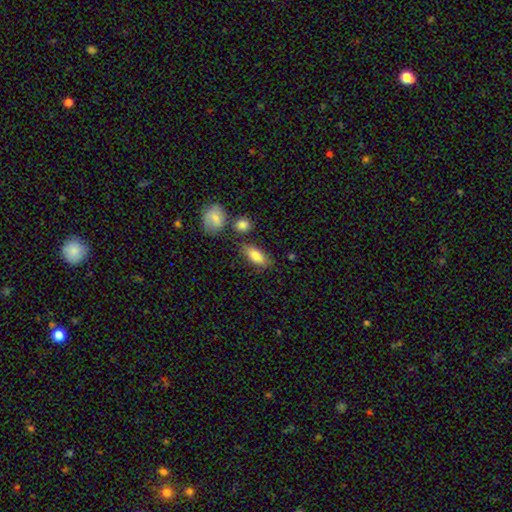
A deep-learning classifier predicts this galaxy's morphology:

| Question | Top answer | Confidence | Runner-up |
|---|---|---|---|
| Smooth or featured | smooth | 82% | featured or disk (11%) |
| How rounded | in between | 84% | cigar-shaped (11%) |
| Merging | none | 74% | minor disturbance (15%) |